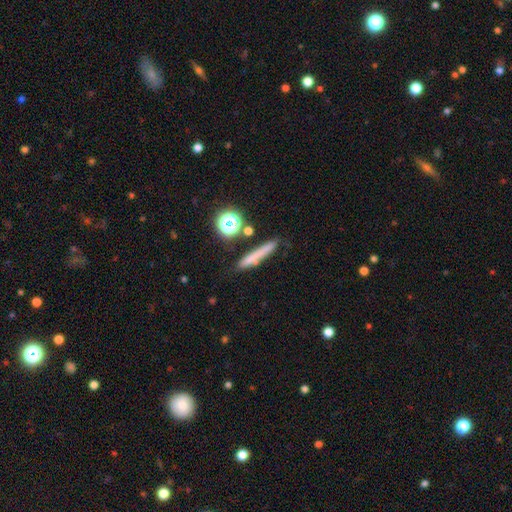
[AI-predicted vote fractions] Morphology: type=smooth (66%); roundness=cigar-shaped (86%); merging=none (80%).